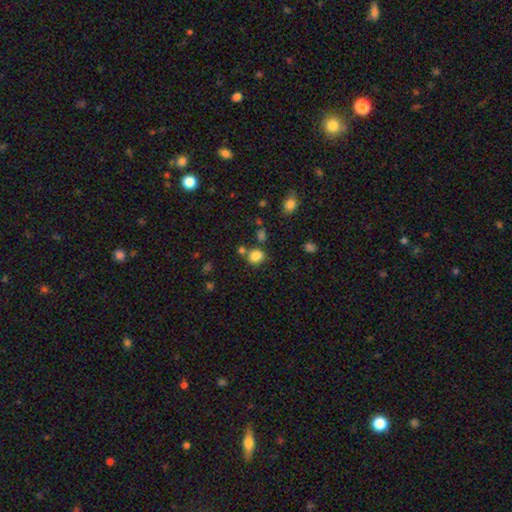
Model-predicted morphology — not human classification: This appears to be a smooth galaxy with no disk features (83%) that is round (63%). Merging: none (66%).